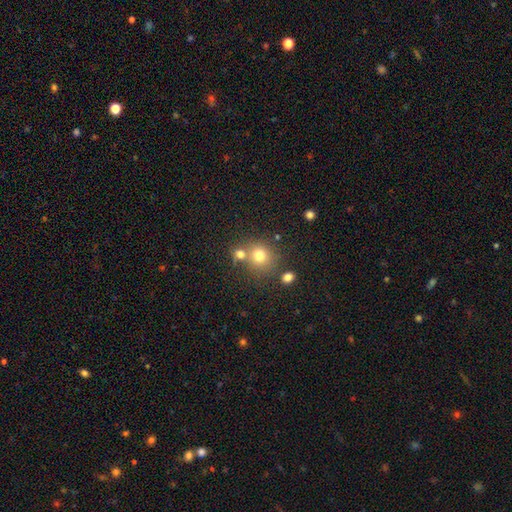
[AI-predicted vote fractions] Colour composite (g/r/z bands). It shows a smooth galaxy with no disk features (67%) that is round (88%). Merging: none (63%).